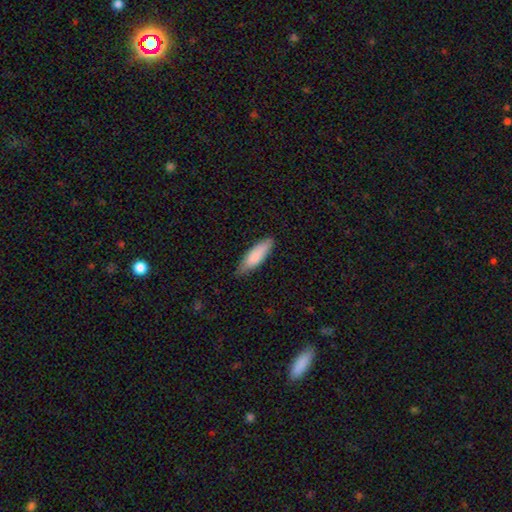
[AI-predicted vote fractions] smooth 84%, featured or disk 11%, star or artifact 5%. Down the decision tree: how rounded — in between (51%); merging — none (75%).